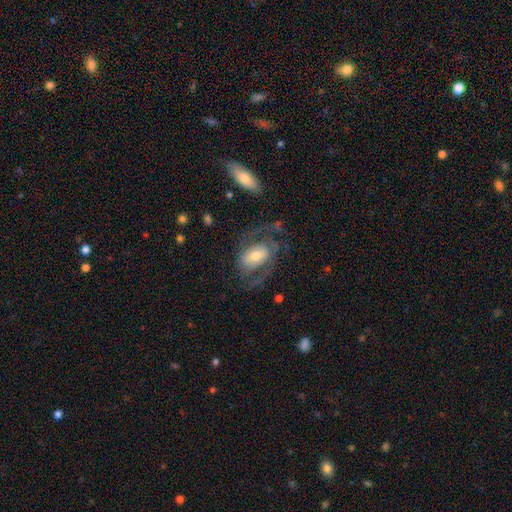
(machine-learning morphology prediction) This appears to be a featured or disk galaxy (69%) with a weak bar (41%), 2 (75%) medium (50%) spiral arms (82%) and a moderate central bulge (54%). Merging: none (55%).